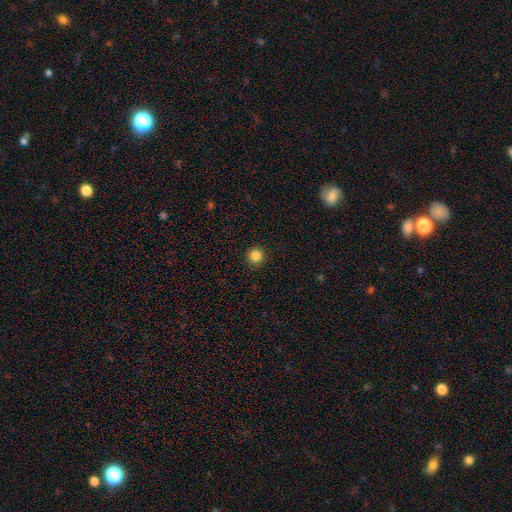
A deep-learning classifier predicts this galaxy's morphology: Q: Smooth or featured?
A: smooth (85%); runner-up: star or artifact (11%)
Q: How rounded?
A: round (95%); runner-up: in between (4%)
Q: Merging?
A: none (92%); runner-up: minor disturbance (5%)